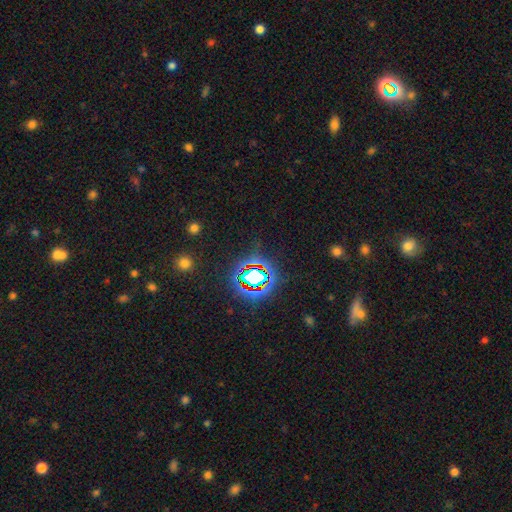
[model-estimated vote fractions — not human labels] A star or artifact, not a galaxy (78%).

Vote fractions:
- Smooth or featured? star or artifact: 78% / smooth: 14% / featured or disk: 8%